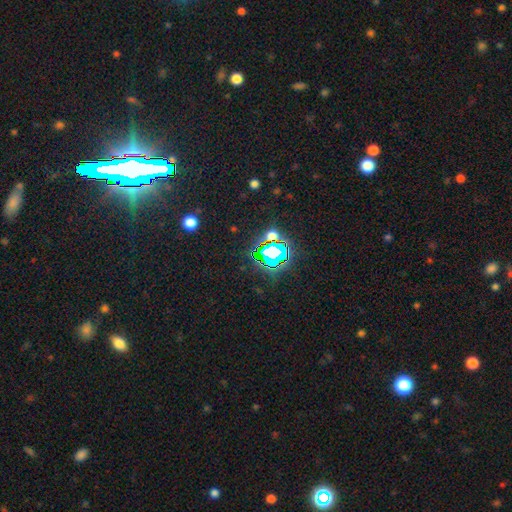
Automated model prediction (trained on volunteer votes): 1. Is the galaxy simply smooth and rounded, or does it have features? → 83% star or artifact, 9% smooth, 8% featured or disk.